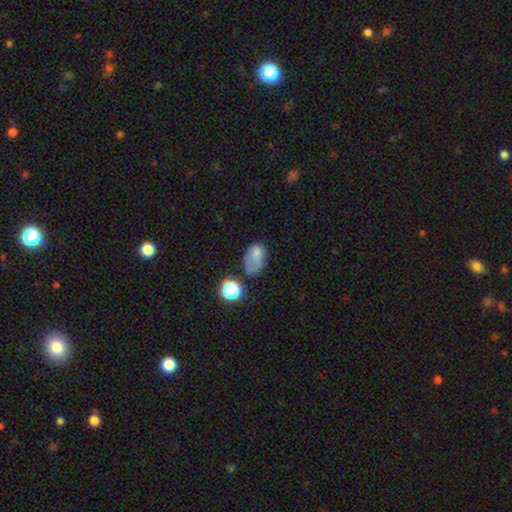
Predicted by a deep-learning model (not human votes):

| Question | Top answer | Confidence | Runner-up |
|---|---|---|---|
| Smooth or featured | smooth | 69% | star or artifact (16%) |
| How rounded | in between | 81% | round (18%) |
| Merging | none | 36% | minor disturbance (30%) |